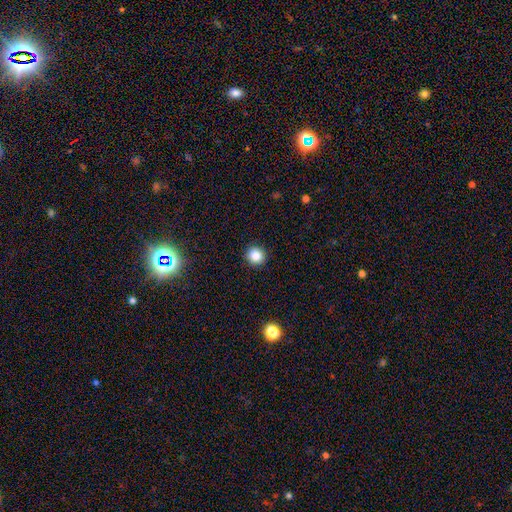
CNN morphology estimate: The model was most divided on "smooth or featured": smooth: 84%, star or artifact: 12%, featured or disk: 4%. More confident: how rounded — round (92%); merging — none (92%).